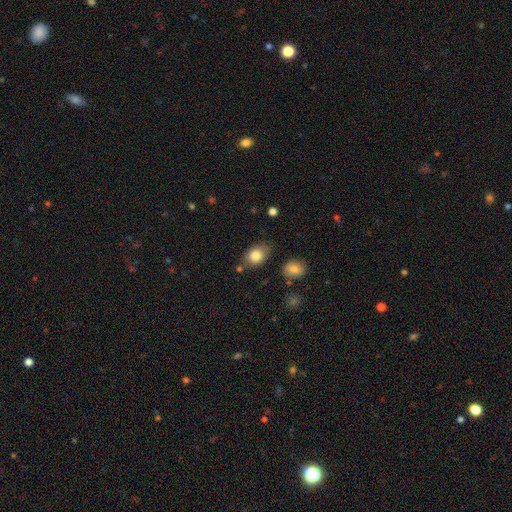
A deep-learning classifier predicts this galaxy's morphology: smooth 82%, featured or disk 10%, star or artifact 8%. Down the decision tree: how rounded — in between (77%); merging — none (73%).